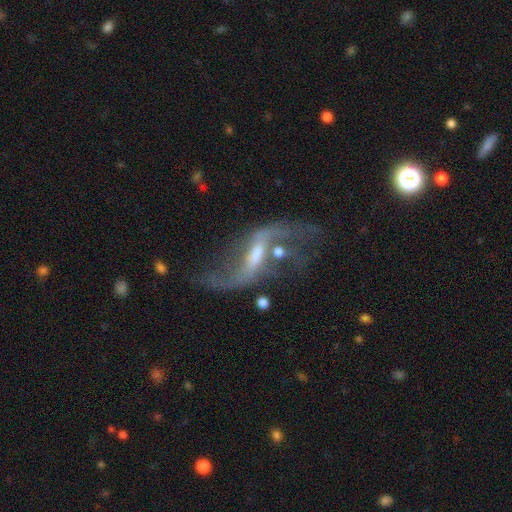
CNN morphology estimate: Smooth or featured? Predicted: featured or disk (p=0.86). Edge-on disk? Predicted: no (p=0.93). Bar? Predicted: weak (p=0.45). Spiral arms? Predicted: yes (p=0.94). Spiral winding? Predicted: loose (p=0.89). Spiral arm count? Predicted: 2 (p=0.92). Bulge size? Predicted: moderate (p=0.40). Merging? Predicted: none (p=0.50).